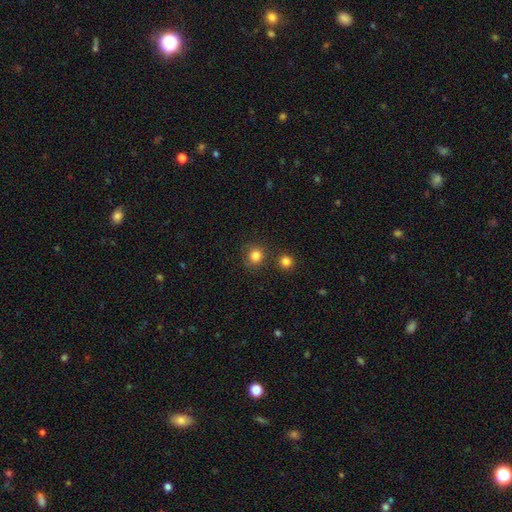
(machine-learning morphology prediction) The model was most divided on "merging": none: 76%, minor disturbance: 11%, merger: 9%, major disturbance: 4%. More confident: how rounded — round (88%); smooth or featured — smooth (82%).